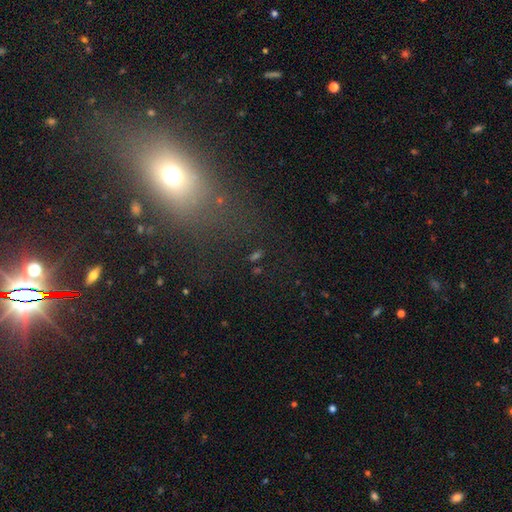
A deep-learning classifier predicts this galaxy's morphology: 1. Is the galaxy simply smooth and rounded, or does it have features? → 48% star or artifact, 34% smooth, 17% featured or disk.